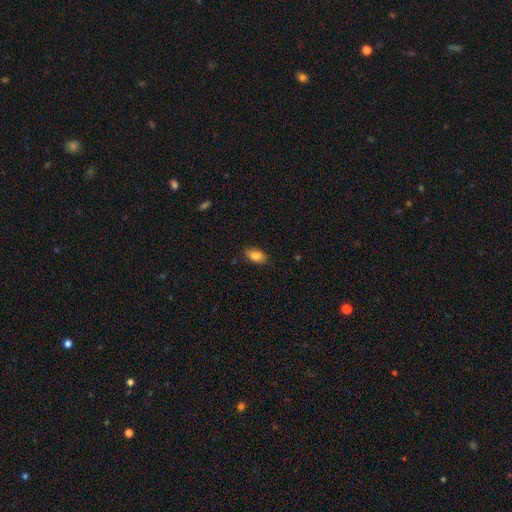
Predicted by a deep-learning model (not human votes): This appears to be a smooth galaxy with no disk features (86%) that is in between round and cigar-shaped (90%). Merging: none (84%).